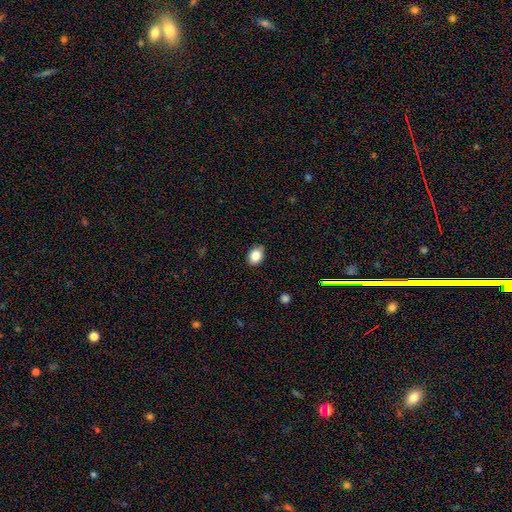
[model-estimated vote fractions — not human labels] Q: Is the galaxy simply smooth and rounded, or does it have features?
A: smooth — 85%.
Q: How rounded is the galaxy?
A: in between — 68%.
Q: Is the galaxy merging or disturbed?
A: none — 83%.